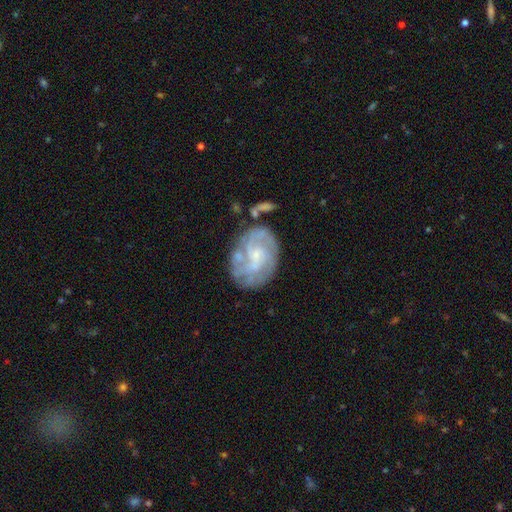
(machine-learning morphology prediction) Smooth or featured? Predicted: featured or disk (p=0.78). Edge-on disk? Predicted: no (p=0.97). Bar? Predicted: no (p=0.58). Spiral arms? Predicted: yes (p=0.89). Spiral winding? Predicted: tight (p=0.52). Spiral arm count? Predicted: can't tell (p=0.37). Bulge size? Predicted: small (p=0.62). Merging? Predicted: none (p=0.61).